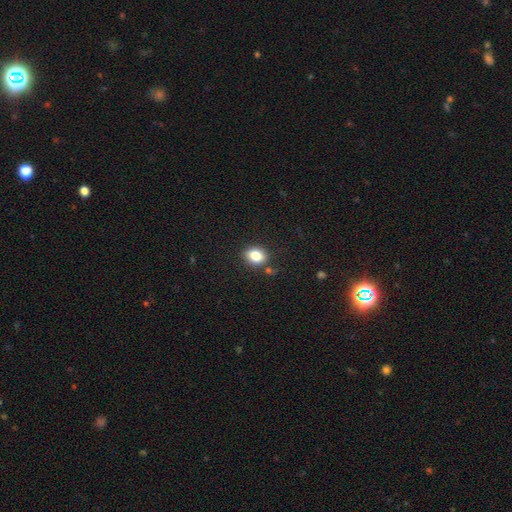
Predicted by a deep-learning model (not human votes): Smooth or featured? smooth (83%)
How rounded? in between (60%)
Merging? none (80%)